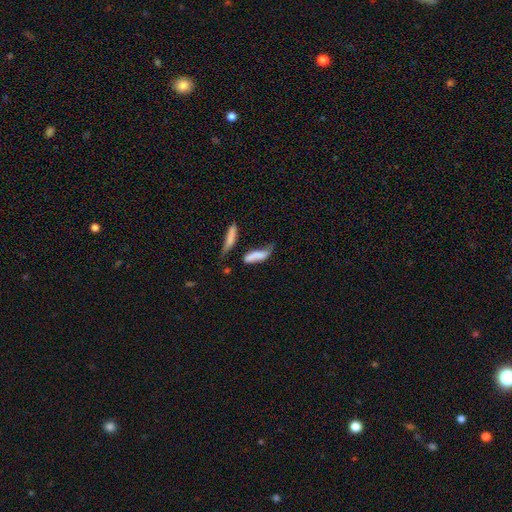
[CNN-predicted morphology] type=smooth (63%); roundness=cigar-shaped (56%); merging=none (33%).